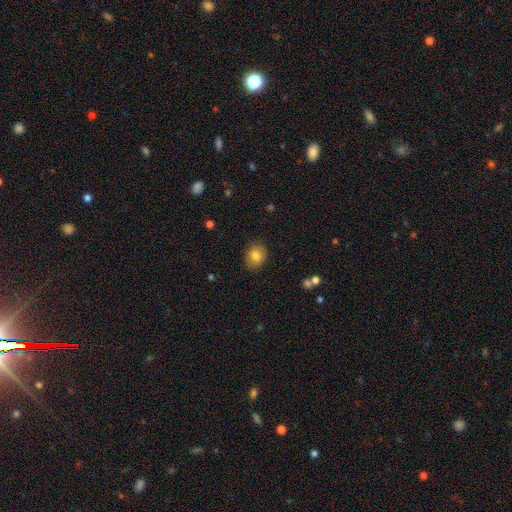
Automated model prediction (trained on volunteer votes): Morphology: type=smooth (79%); roundness=round (54%); merging=none (85%).